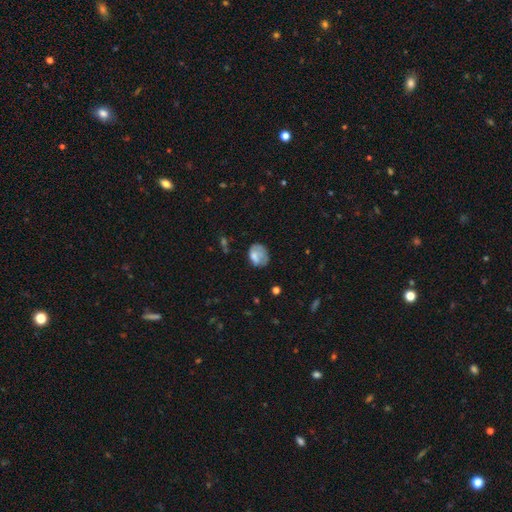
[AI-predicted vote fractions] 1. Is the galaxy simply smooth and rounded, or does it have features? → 65% smooth, 26% featured or disk, 9% star or artifact.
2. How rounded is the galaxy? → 52% in between, 47% round, 1% cigar-shaped.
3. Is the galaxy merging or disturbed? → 45% none, 31% minor disturbance, 20% major disturbance, 5% merger.